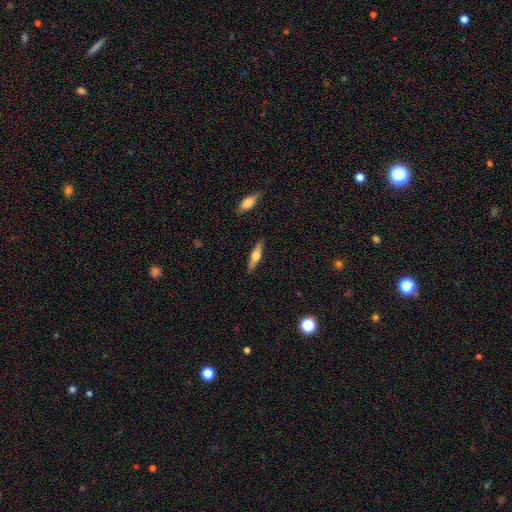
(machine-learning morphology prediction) A featured or disk galaxy (49%).

Vote fractions:
- Smooth or featured? featured or disk: 49% / smooth: 45% / star or artifact: 6%
- Merging? none: 89% / minor disturbance: 8% / major disturbance: 2% / merger: 2%